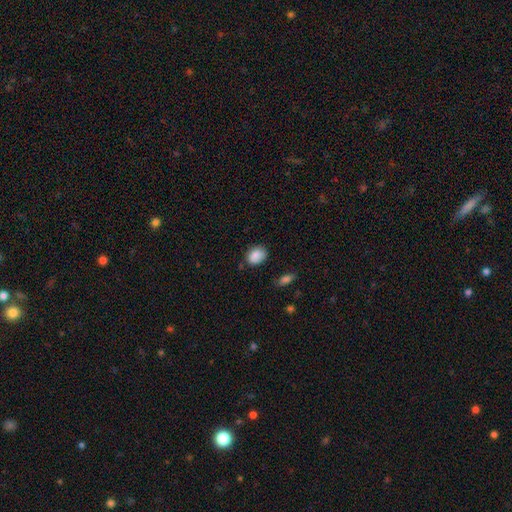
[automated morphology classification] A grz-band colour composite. It shows a smooth galaxy with no disk features (87%) that is in between round and cigar-shaped (60%). Merging: none (76%).